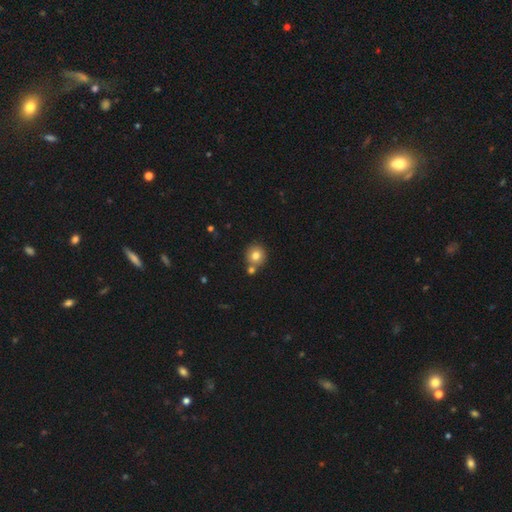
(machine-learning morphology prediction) smooth 79%, star or artifact 11%, featured or disk 10%. Down the decision tree: how rounded — round (89%); merging — none (70%).